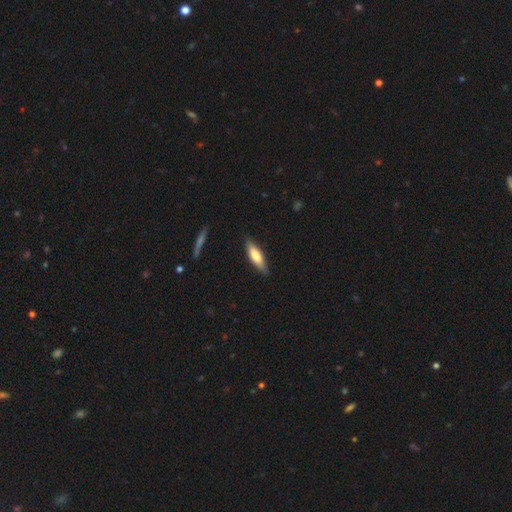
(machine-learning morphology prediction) A smooth galaxy with no disk features (71%) that is cigar-shaped (56%).

Vote fractions:
- Smooth or featured? smooth: 71% / featured or disk: 23% / star or artifact: 6%
- How rounded? cigar-shaped: 56% / in between: 43% / round: 2%
- Merging? none: 84% / minor disturbance: 12% / major disturbance: 2% / merger: 1%